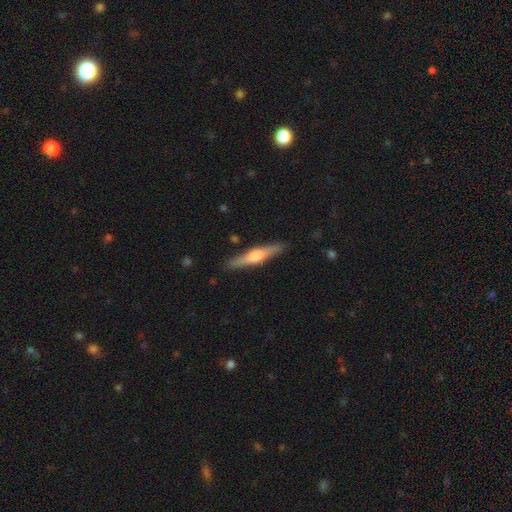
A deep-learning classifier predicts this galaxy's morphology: smooth-or-featured: featured or disk: 59% | smooth: 35% | star or artifact: 5%
  disk-edge-on: yes: 97% | no: 3%
    edge-on-bulge: rounded: 84% | boxy: 11% | none: 4%
  merging: none: 89% | minor disturbance: 8% | major disturbance: 2% | merger: 1%